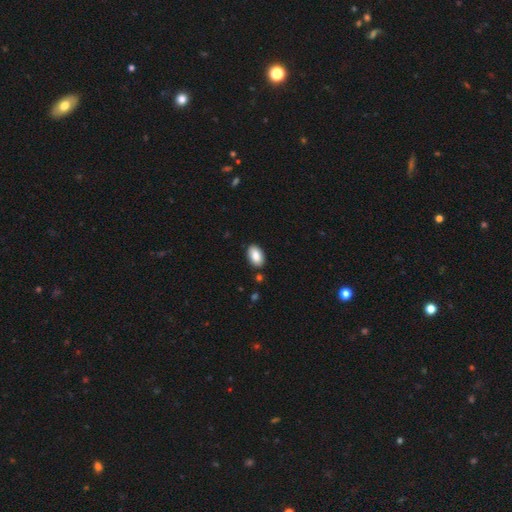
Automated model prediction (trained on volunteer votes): smooth 87%, featured or disk 7%, star or artifact 7%. Down the decision tree: how rounded — in between (94%); merging — none (87%).